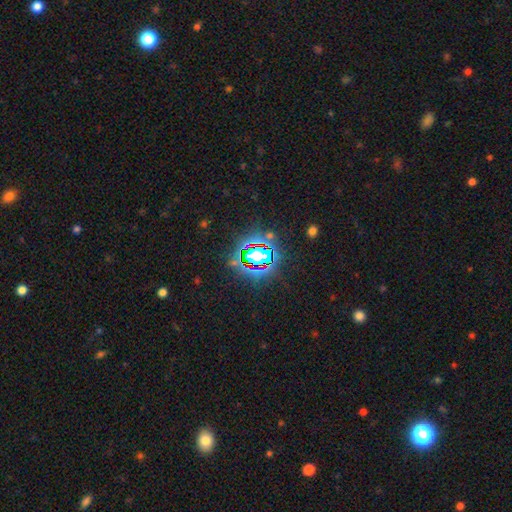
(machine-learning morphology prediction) The model was most divided on "smooth or featured": star or artifact: 72%, smooth: 17%, featured or disk: 12%.